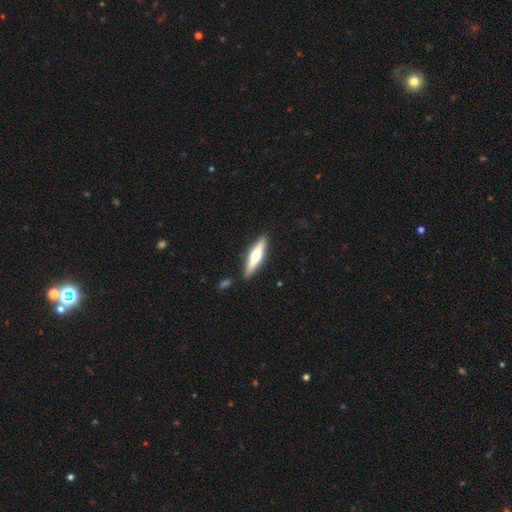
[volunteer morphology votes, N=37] A featured or disk galaxy (70%) viewed edge-on (100%) with a rounded central bulge (85%).

Vote fractions:
- Smooth or featured? featured or disk: 70% / smooth: 30% / star or artifact: 0%
- Edge-on disk? yes: 100% / no: 0%
- Edge-on bulge? rounded: 85% / none: 12% / boxy: 4%
- Merging? none: 81% / minor disturbance: 14% / major disturbance: 3% / merger: 3%